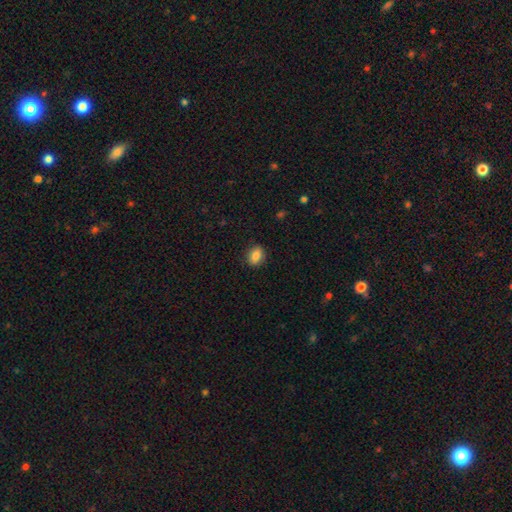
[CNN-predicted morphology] This is clearly a smooth galaxy (84%). How rounded: likely in between (65%). Merging: clearly none (87%).